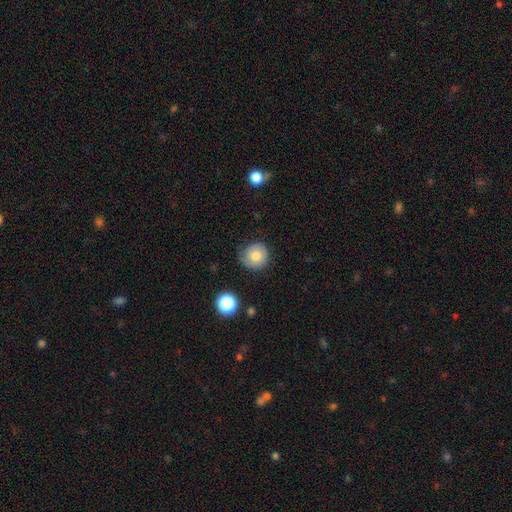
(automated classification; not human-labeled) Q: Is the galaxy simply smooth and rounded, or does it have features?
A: smooth — 74%.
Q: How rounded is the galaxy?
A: round — 92%.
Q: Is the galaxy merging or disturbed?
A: none — 74%.